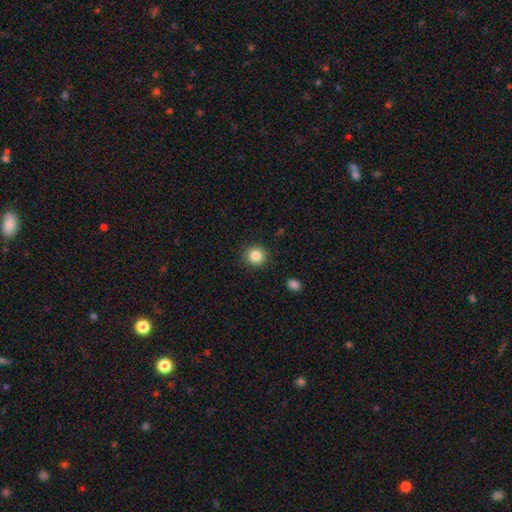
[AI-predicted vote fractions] This appears to be a smooth galaxy with no disk features (85%) that is round (92%). Merging: none (90%).